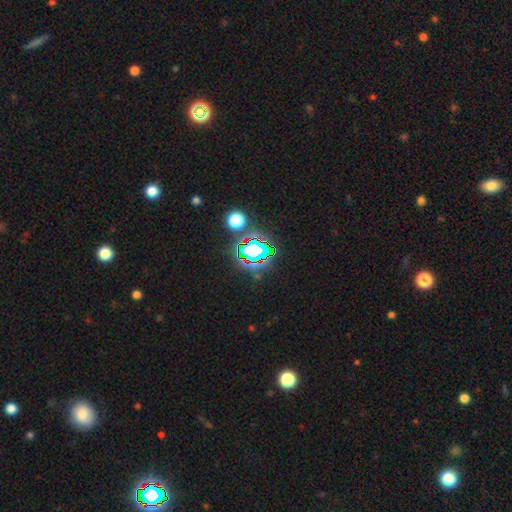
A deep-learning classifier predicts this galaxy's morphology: This appears to be a star or artifact, not a galaxy (66%).